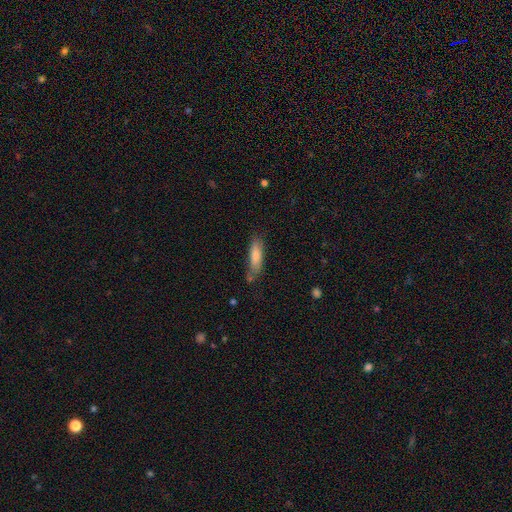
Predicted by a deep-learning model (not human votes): A smooth galaxy with no disk features (79%) that is cigar-shaped (65%). Merging: none (63%).